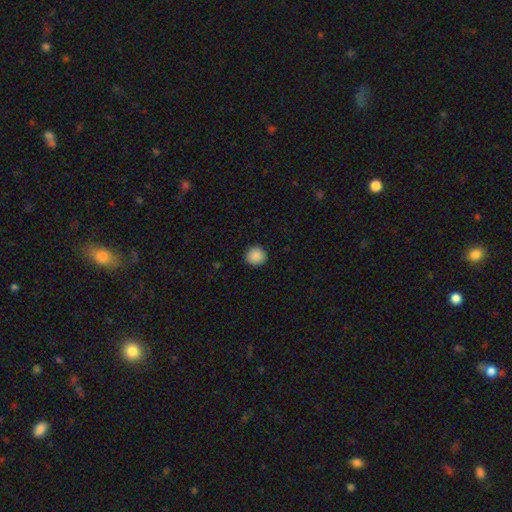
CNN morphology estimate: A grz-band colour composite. It shows a smooth galaxy with no disk features (89%) that is round (92%). Merging: none (92%).